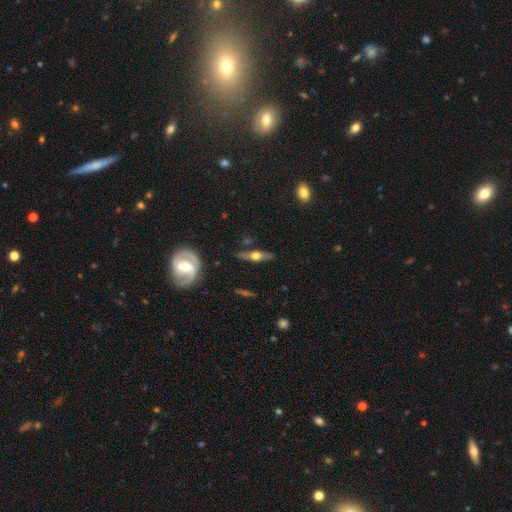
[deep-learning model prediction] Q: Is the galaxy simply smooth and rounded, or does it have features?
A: featured or disk — 65%.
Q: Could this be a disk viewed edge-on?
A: yes — 89%.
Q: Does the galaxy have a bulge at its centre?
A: rounded — 94%.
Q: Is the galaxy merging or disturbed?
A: none — 80%.